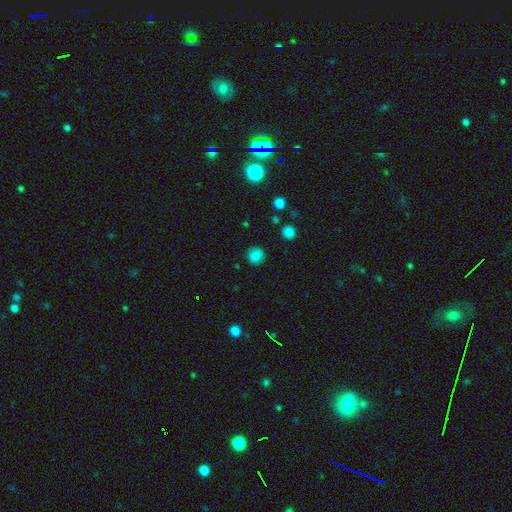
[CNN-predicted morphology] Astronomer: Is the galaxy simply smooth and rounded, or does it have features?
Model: smooth — 83%.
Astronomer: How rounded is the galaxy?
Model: round — 86%.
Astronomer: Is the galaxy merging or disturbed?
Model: none — 88%.